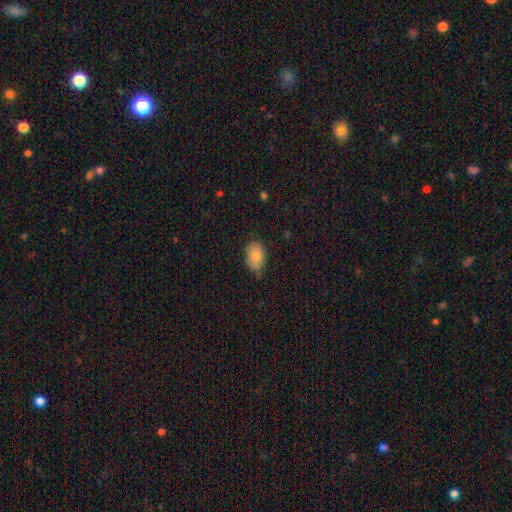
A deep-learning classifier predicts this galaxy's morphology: Smooth or featured? Predicted: smooth (p=0.81). How rounded? Predicted: in between (p=0.83). Merging? Predicted: none (p=0.74).